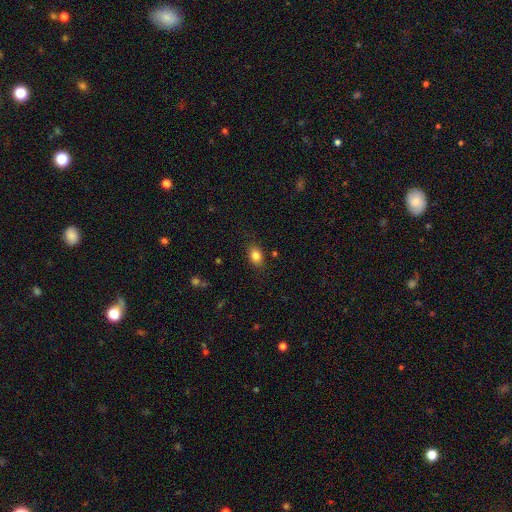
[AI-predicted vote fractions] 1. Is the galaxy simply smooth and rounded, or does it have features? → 84% smooth, 10% star or artifact, 7% featured or disk.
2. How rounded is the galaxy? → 76% in between, 22% round, 2% cigar-shaped.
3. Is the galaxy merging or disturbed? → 84% none, 11% minor disturbance, 3% major disturbance, 1% merger.